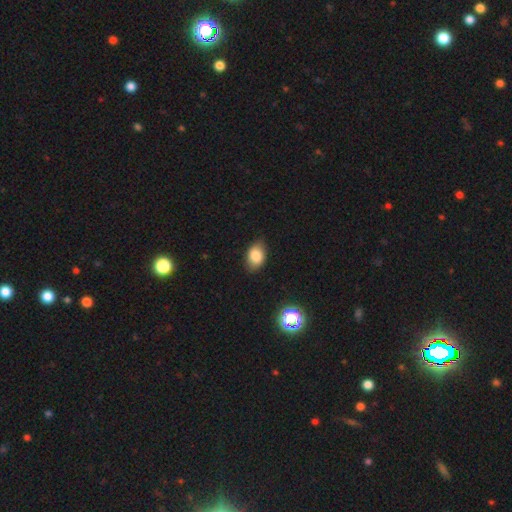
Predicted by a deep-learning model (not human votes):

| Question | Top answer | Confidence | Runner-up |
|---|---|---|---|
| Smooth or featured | smooth | 83% | star or artifact (9%) |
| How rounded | in between | 83% | round (16%) |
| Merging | none | 80% | minor disturbance (16%) |